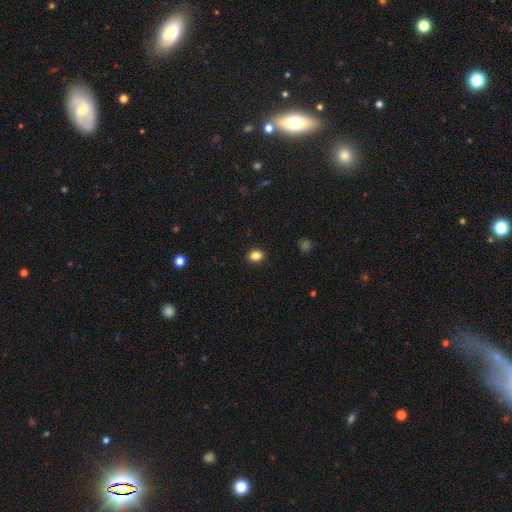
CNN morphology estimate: smooth-or-featured: smooth: 86% | star or artifact: 10% | featured or disk: 4%
  how-rounded: in between: 57% | round: 42% | cigar-shaped: 1%
  merging: none: 90% | minor disturbance: 7% | major disturbance: 2% | merger: 1%